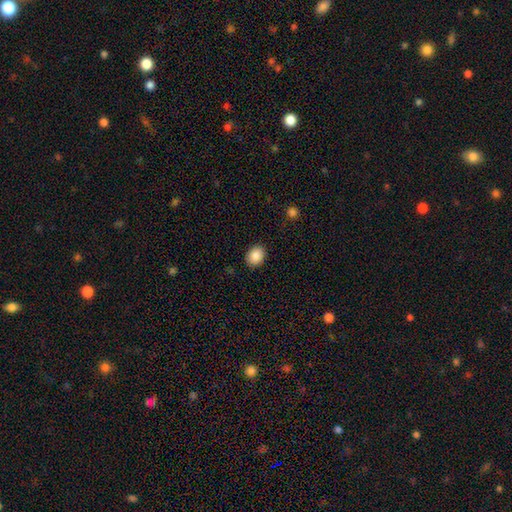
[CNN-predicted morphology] smooth_or_featured: smooth (p=0.87) [alt: star or artifact p=0.08]
how_rounded: in between (p=0.50) [alt: round p=0.49]
merging: none (p=0.89) [alt: minor disturbance p=0.08]